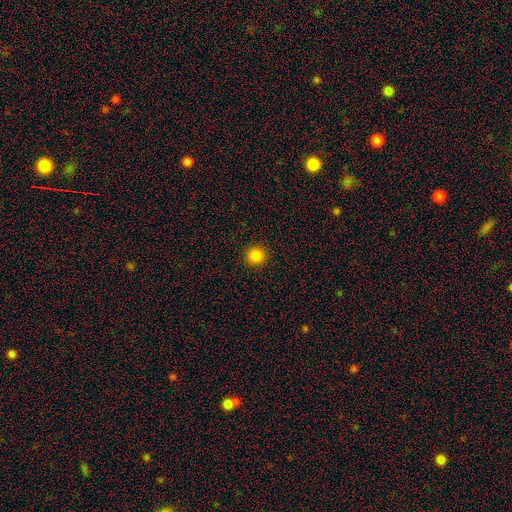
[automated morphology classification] This is clearly a smooth galaxy (86%). How rounded: clearly round (94%). Merging: clearly none (92%).